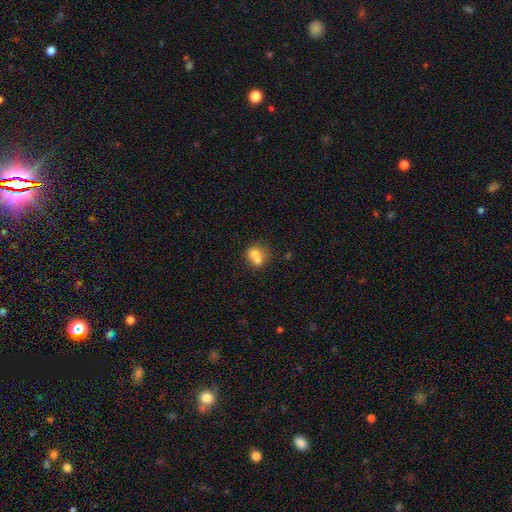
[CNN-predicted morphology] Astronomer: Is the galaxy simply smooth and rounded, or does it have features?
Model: smooth — 70%.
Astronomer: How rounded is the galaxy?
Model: round — 55% (runner-up: in between, 43%).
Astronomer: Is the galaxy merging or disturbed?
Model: merger — 51% (runner-up: none, 33%).